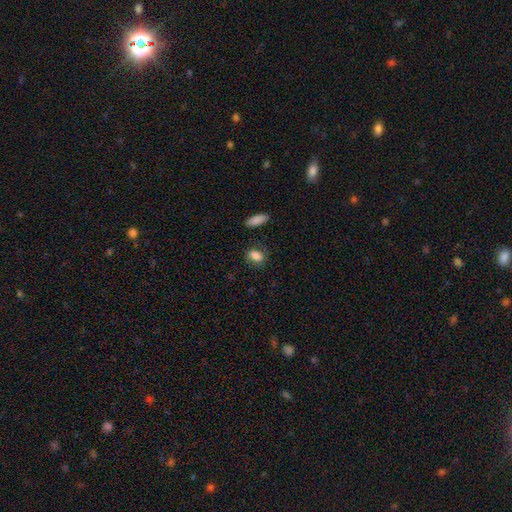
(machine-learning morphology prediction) smooth-or-featured: smooth: 83% | star or artifact: 8% | featured or disk: 8%
  how-rounded: in between: 73% | round: 24% | cigar-shaped: 3%
  merging: none: 74% | minor disturbance: 17% | major disturbance: 5% | merger: 4%